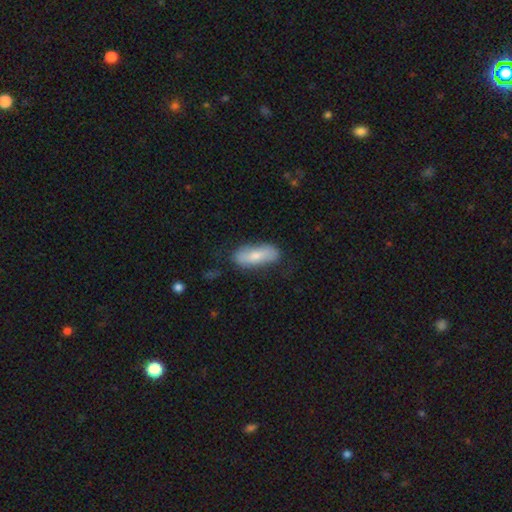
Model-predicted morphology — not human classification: A smooth galaxy with no disk features (67%) that is in between round and cigar-shaped (75%). Merging: none (71%).